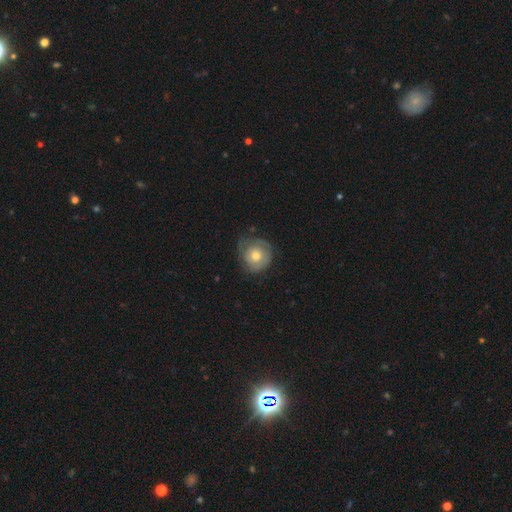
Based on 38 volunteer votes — A smooth galaxy with no disk features (47%) that is round (89%). Merging: none (56%).